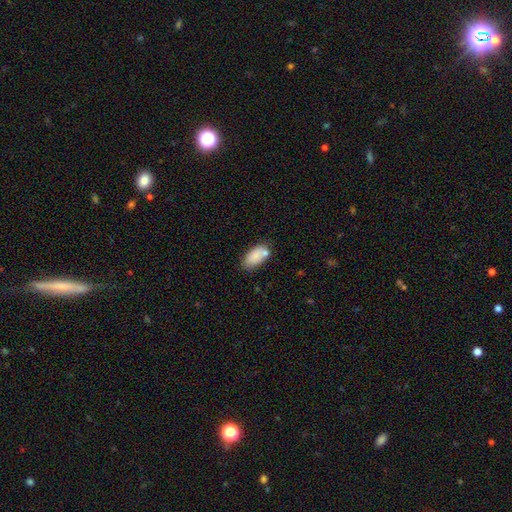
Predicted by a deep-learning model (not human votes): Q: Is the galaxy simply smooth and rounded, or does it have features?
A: smooth — 83%.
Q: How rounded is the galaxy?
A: in between — 92%.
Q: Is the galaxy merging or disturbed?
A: none — 61%.